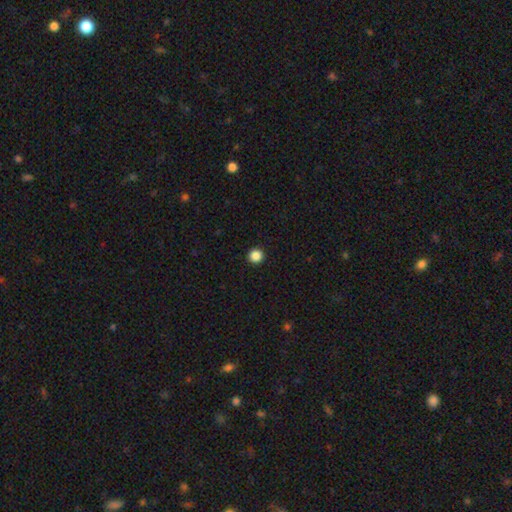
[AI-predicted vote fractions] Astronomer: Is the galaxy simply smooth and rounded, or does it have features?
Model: smooth — 86%.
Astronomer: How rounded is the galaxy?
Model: round — 96%.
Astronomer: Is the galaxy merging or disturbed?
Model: none — 94%.